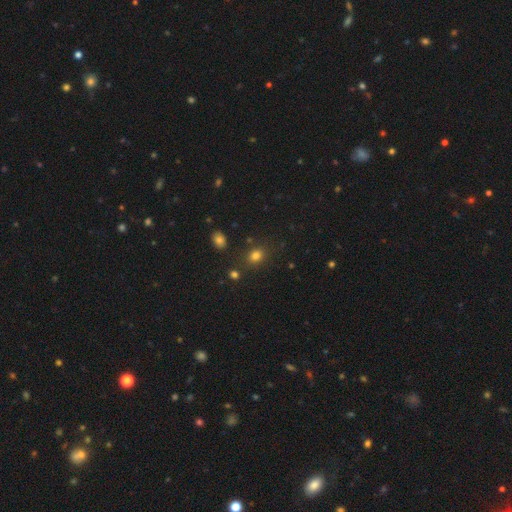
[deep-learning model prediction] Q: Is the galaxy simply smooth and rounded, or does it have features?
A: smooth — 79%.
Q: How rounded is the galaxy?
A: in between — 50%.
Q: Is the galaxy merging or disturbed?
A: none — 80%.